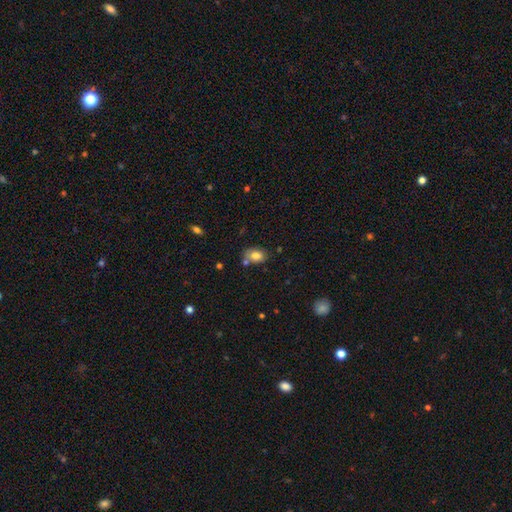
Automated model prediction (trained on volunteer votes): This is likely a smooth galaxy (78%). How rounded: likely in between (74%). Merging: likely none (66%).